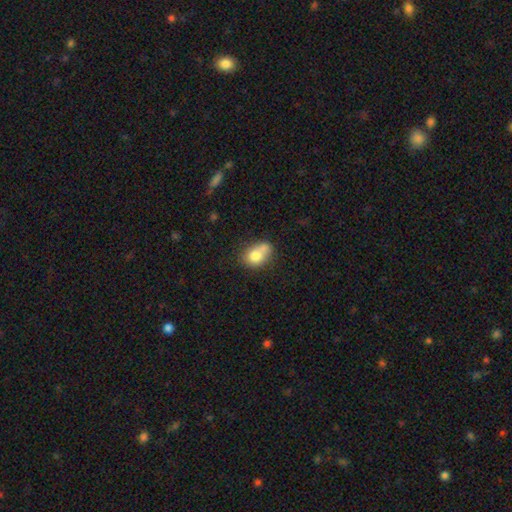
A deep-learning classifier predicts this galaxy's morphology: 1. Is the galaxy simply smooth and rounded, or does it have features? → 75% smooth, 16% featured or disk, 9% star or artifact.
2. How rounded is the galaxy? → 68% in between, 31% round, 2% cigar-shaped.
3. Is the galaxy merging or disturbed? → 37% none, 32% merger, 22% minor disturbance, 8% major disturbance.